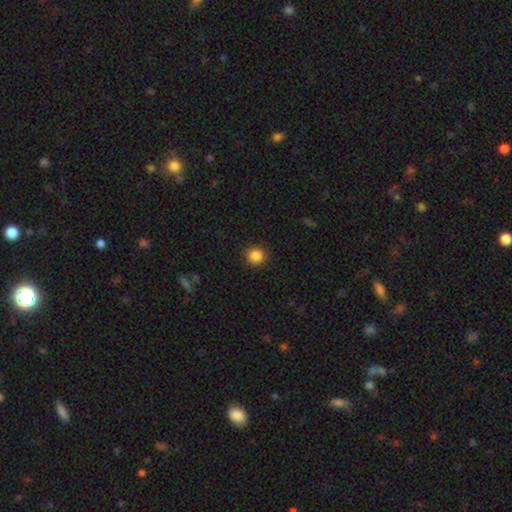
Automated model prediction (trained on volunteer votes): Smooth or featured?
  - smooth: 86% *
  - star or artifact: 11%
  - featured or disk: 4%
How rounded?
  - round: 93% *
  - in between: 6%
  - cigar-shaped: 1%
Merging?
  - none: 90% *
  - minor disturbance: 7%
  - major disturbance: 2%
  - merger: 1%